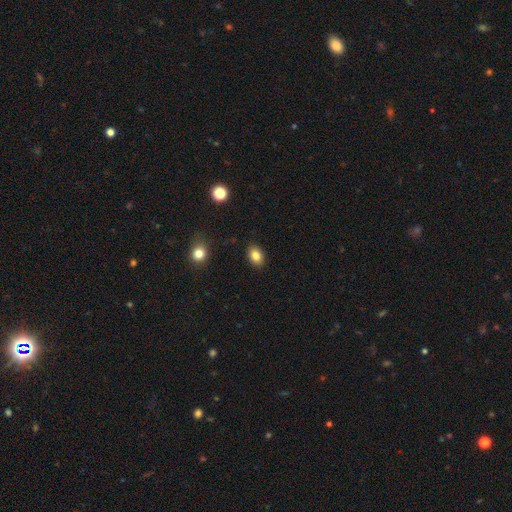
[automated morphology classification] The model was most divided on "how rounded": in between: 76%, round: 23%, cigar-shaped: 1%. More confident: merging — none (89%); smooth or featured — smooth (83%).